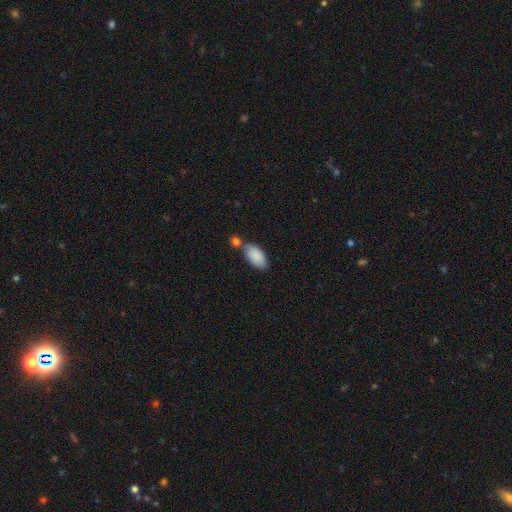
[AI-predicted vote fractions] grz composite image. It shows a smooth galaxy with no disk features (87%) that is in between round and cigar-shaped (93%). Merging: none (52%).